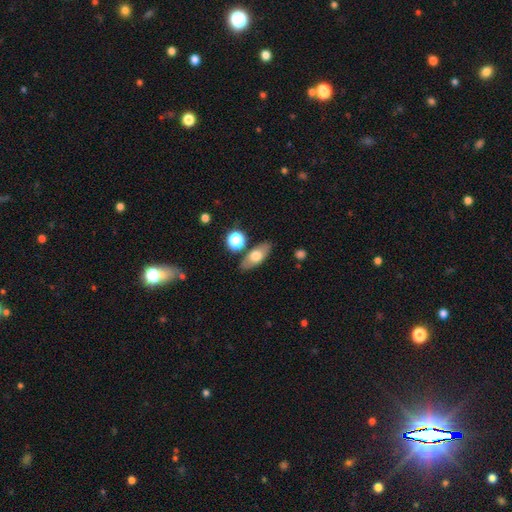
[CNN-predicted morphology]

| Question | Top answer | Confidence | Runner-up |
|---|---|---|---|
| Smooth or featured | smooth | 63% | featured or disk (29%) |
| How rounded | in between | 76% | cigar-shaped (17%) |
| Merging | none | 80% | minor disturbance (11%) |